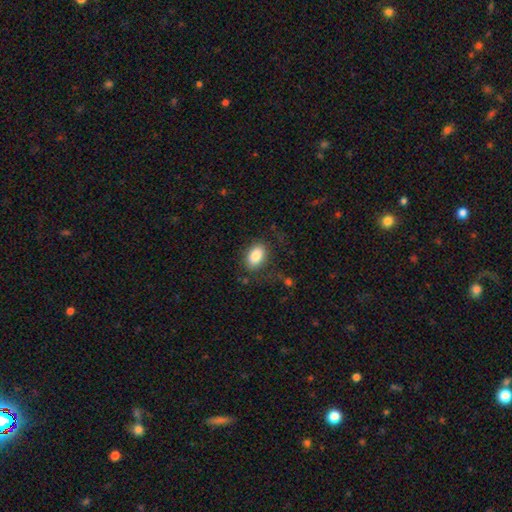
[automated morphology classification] Q: Smooth or featured?
A: smooth (84%); runner-up: featured or disk (8%)
Q: How rounded?
A: in between (90%); runner-up: round (8%)
Q: Merging?
A: none (75%); runner-up: minor disturbance (15%)